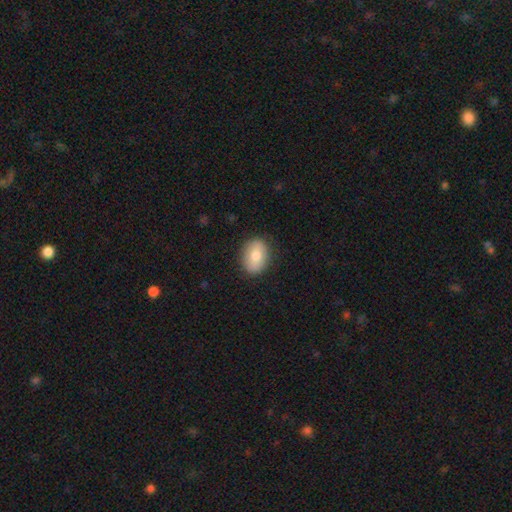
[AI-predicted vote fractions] smooth_or_featured: smooth (p=0.77) [alt: featured or disk p=0.16]
how_rounded: in between (p=0.71) [alt: round p=0.27]
merging: none (p=0.86) [alt: minor disturbance p=0.10]